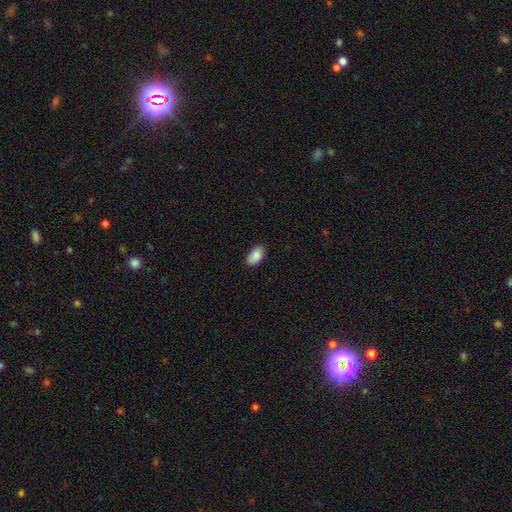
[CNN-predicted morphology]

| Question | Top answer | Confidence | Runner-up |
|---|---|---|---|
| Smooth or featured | smooth | 87% | star or artifact (7%) |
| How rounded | in between | 94% | round (4%) |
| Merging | none | 82% | minor disturbance (15%) |